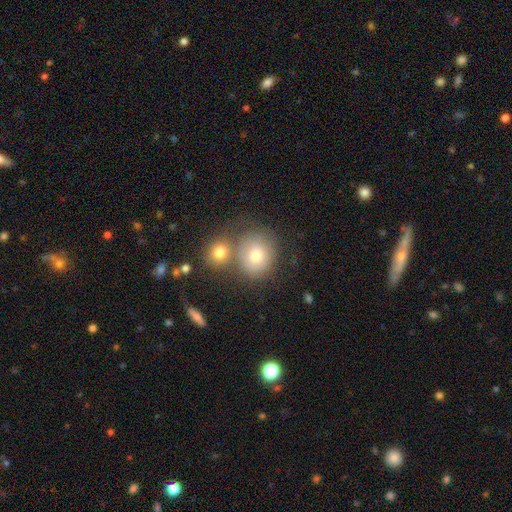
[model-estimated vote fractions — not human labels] Smooth or featured: smooth — 73% (featured or disk — 17%)
How rounded: round — 81% (in between — 18%)
Merging: none — 51% (merger — 31%)